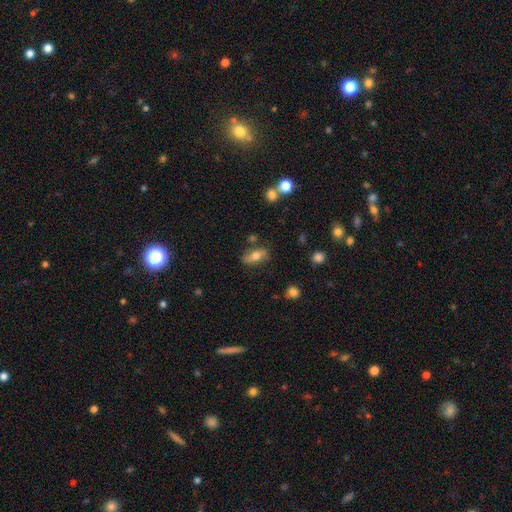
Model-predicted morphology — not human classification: Smooth or featured? smooth (64%)
How rounded? in between (78%)
Merging? none (77%)